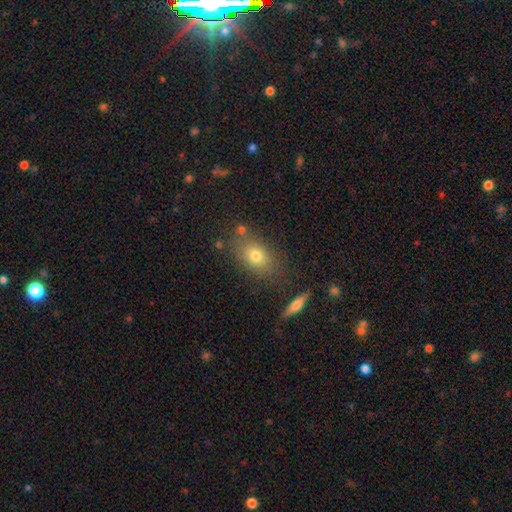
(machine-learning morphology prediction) Overall: smooth (73%). How rounded: in between (71%). Merging: none (74%).